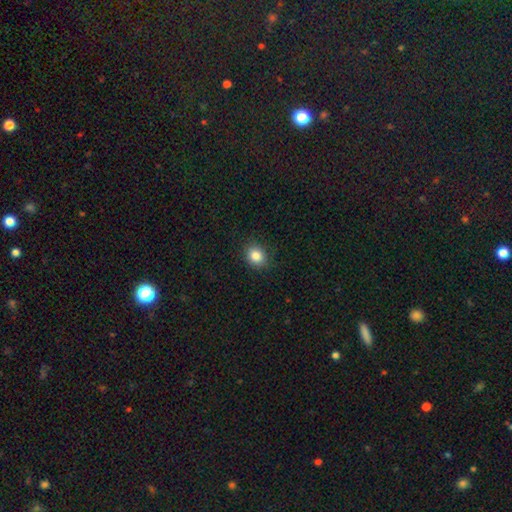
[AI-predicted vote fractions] Smooth or featured? Predicted: smooth (p=0.85). How rounded? Predicted: round (p=0.58). Merging? Predicted: none (p=0.86).